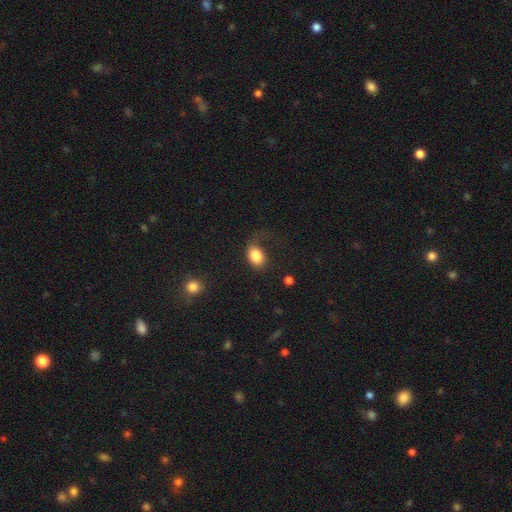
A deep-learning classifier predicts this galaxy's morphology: Overall: smooth (82%). How rounded: in between (72%). Merging: none (45%; major disturbance 28%).